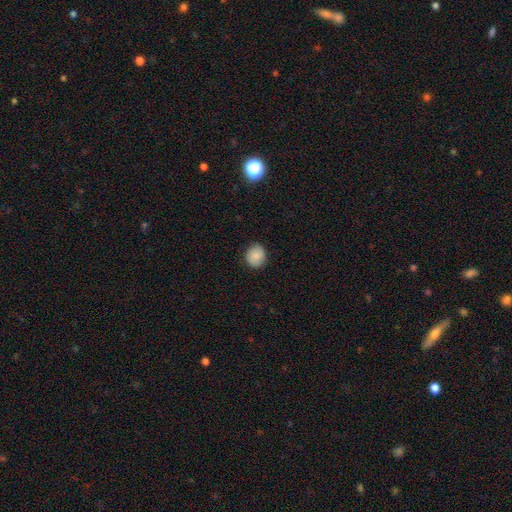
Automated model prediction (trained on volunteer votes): Smooth or featured: smooth — 85% (star or artifact — 8%)
How rounded: round — 77% (in between — 22%)
Merging: none — 86% (minor disturbance — 11%)